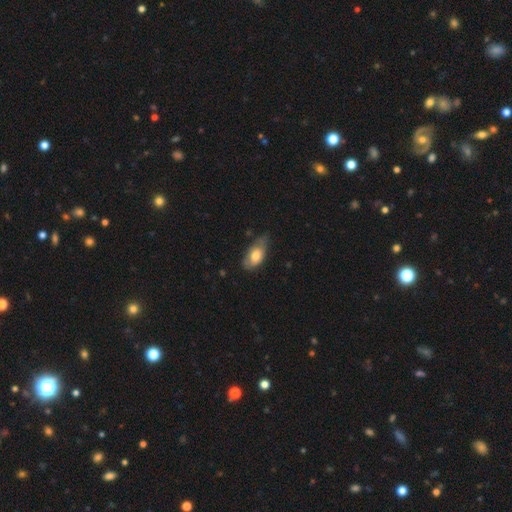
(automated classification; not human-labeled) The model was most divided on "merging": none: 50%, minor disturbance: 39%, major disturbance: 9%, merger: 2%. More confident: how rounded — in between (91%); smooth or featured — smooth (66%).